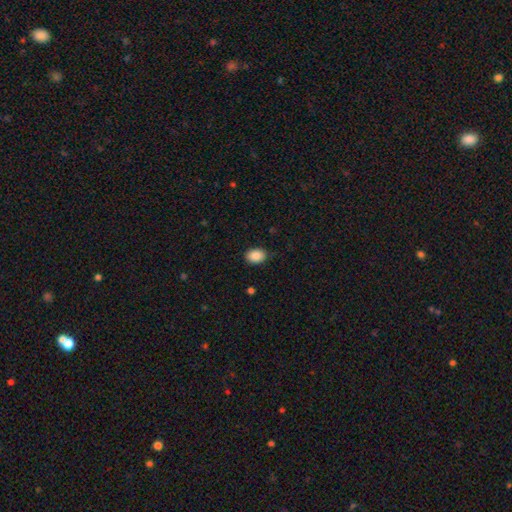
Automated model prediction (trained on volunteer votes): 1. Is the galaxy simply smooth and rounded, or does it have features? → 88% smooth, 8% star or artifact, 4% featured or disk.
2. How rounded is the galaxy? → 72% in between, 27% round, 1% cigar-shaped.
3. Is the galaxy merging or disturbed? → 86% none, 11% minor disturbance, 2% major disturbance, 1% merger.